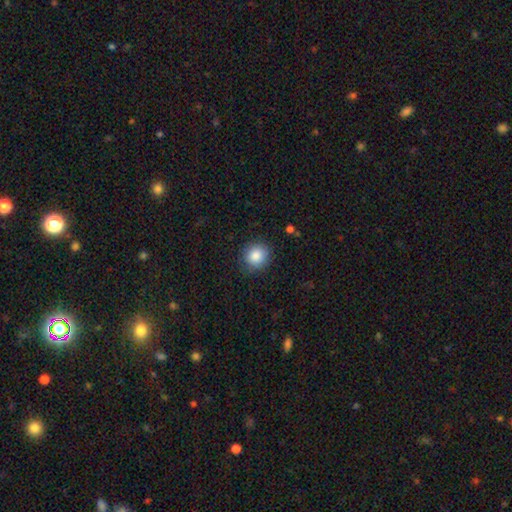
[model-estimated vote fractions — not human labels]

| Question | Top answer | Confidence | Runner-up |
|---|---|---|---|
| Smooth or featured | smooth | 85% | star or artifact (9%) |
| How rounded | round | 88% | in between (11%) |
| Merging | none | 87% | minor disturbance (10%) |